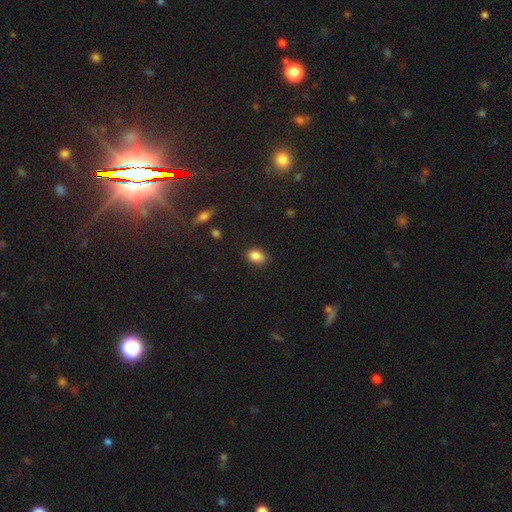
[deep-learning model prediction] A smooth galaxy with no disk features (86%) that is in between round and cigar-shaped (82%).

Vote fractions:
- Smooth or featured? smooth: 86% / star or artifact: 9% / featured or disk: 5%
- How rounded? in between: 82% / round: 16% / cigar-shaped: 2%
- Merging? none: 83% / minor disturbance: 13% / major disturbance: 2% / merger: 2%